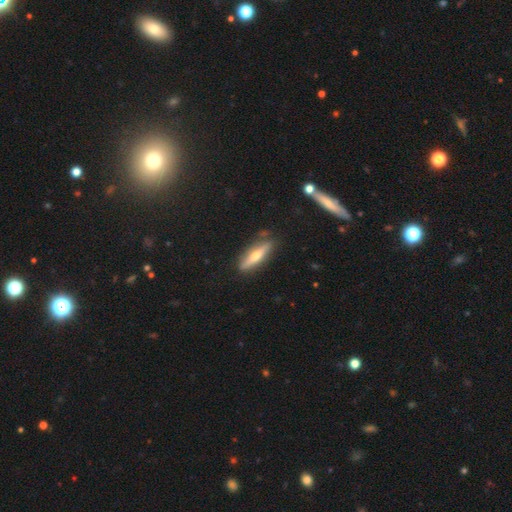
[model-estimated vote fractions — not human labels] Q: Smooth or featured?
A: featured or disk (53%); runner-up: smooth (41%)
Q: Edge-on disk?
A: yes (89%); runner-up: no (11%)
Q: Merging?
A: none (81%); runner-up: minor disturbance (13%)